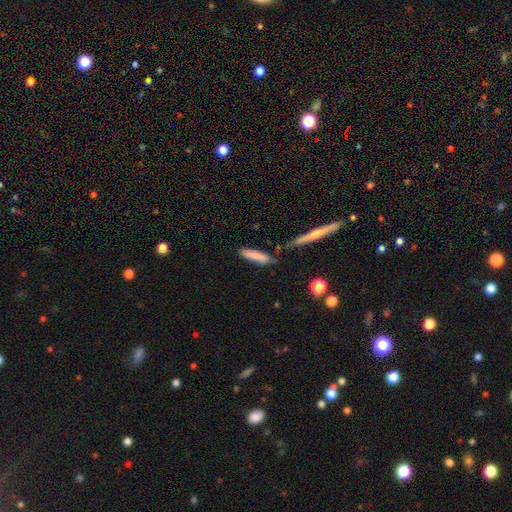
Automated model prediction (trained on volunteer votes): This is likely a smooth galaxy (78%). How rounded: likely cigar-shaped (73%). Merging: likely none (62%).